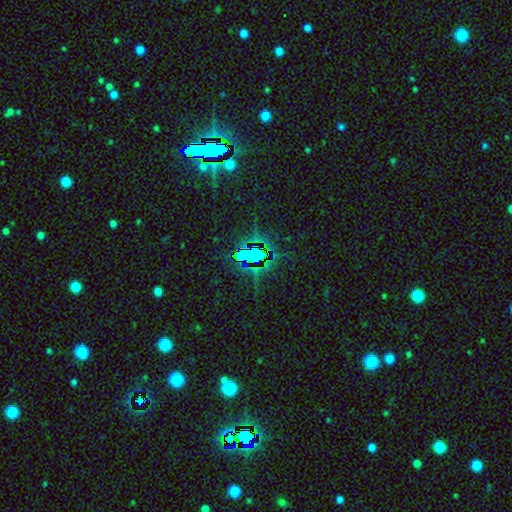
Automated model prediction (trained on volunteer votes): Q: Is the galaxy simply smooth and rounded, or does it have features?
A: star or artifact — 77%.